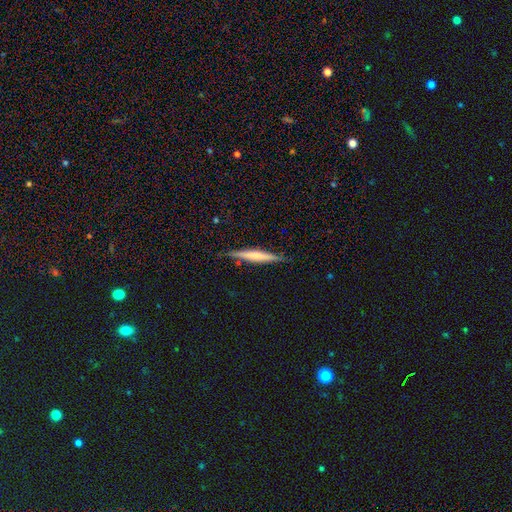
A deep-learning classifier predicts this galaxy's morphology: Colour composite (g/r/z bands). It shows a smooth galaxy with no disk features (50%). Merging: none (84%).